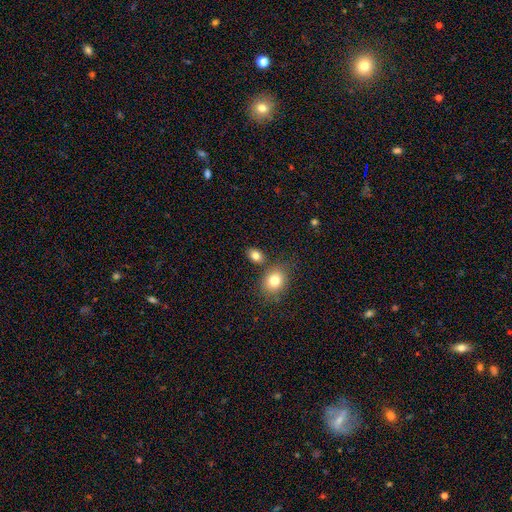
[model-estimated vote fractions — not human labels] Overall: smooth (82%). How rounded: in between (64%; round 35%). Merging: none (71%).